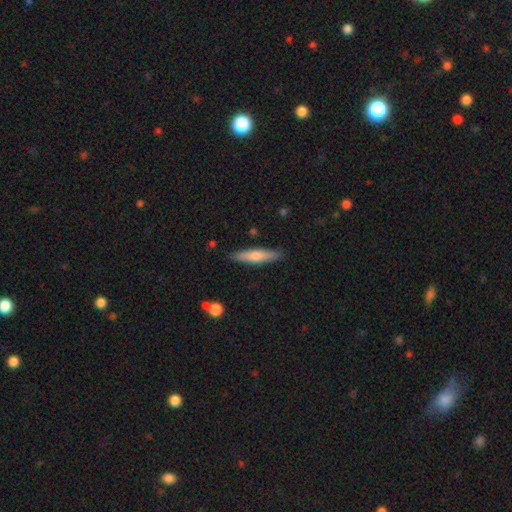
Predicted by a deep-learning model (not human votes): This is likely a smooth galaxy (66%). How rounded: clearly cigar-shaped (84%). Merging: clearly none (87%).